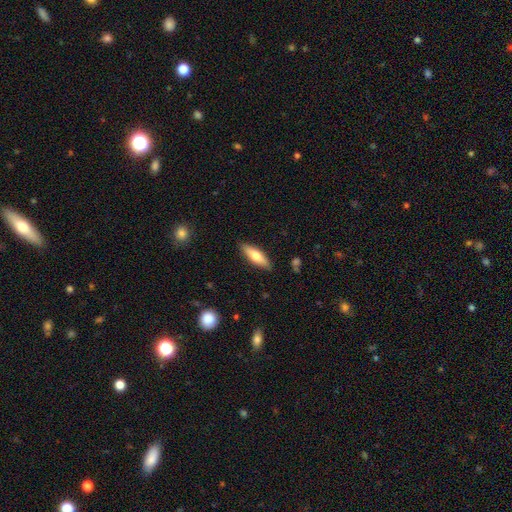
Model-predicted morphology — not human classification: smooth 65%, featured or disk 29%, star or artifact 6%. Down the decision tree: how rounded — cigar-shaped (50%); merging — none (87%).